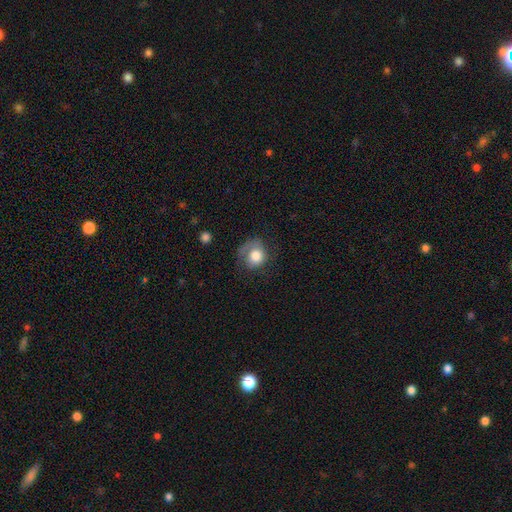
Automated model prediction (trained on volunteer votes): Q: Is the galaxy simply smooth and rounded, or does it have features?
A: smooth — 67%.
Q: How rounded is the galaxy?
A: round — 73%.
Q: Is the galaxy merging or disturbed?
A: none — 47%.